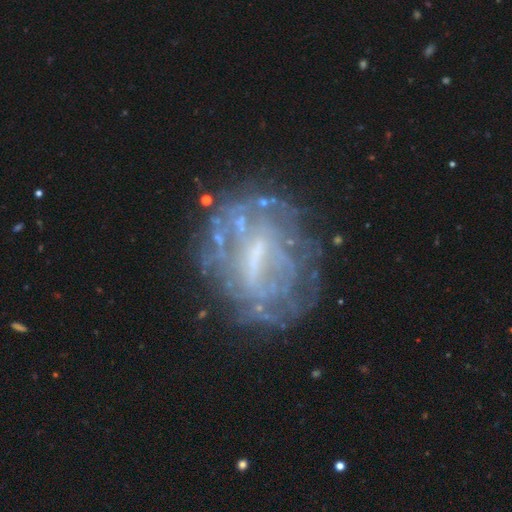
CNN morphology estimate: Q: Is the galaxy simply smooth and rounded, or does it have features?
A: featured or disk — 75%.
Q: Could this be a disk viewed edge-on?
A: no — 96%.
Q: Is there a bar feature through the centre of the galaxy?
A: weak — 45%.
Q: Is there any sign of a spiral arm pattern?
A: no — 54%.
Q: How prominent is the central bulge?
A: none — 37%.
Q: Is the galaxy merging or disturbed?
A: none — 64%.